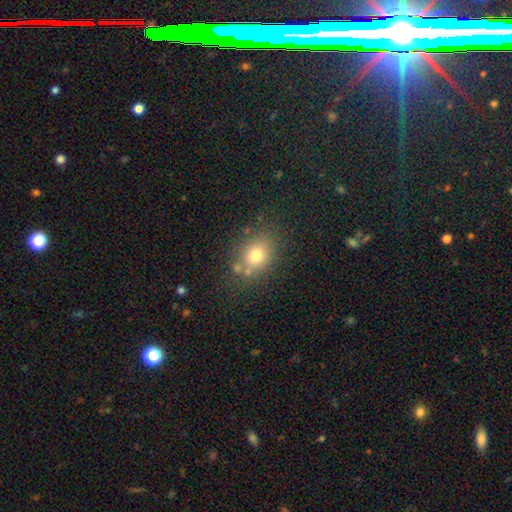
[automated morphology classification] Smooth or featured: smooth — 73% (star or artifact — 14%)
How rounded: round — 52% (in between — 47%)
Merging: none — 73% (minor disturbance — 14%)